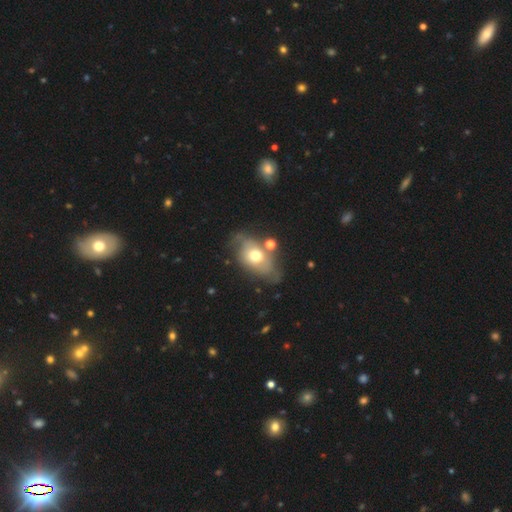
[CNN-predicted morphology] Overall: smooth (55%; featured or disk 36%). How rounded: in between (81%). Merging: none (52%; minor disturbance 26%).